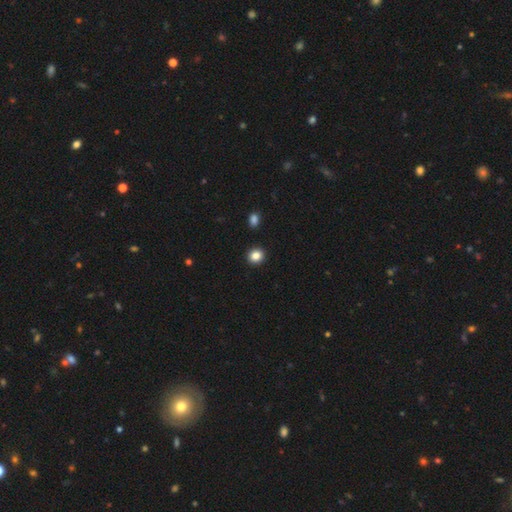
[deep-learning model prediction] This appears to be a smooth galaxy with no disk features (86%) that is round (82%). Merging: none (92%).